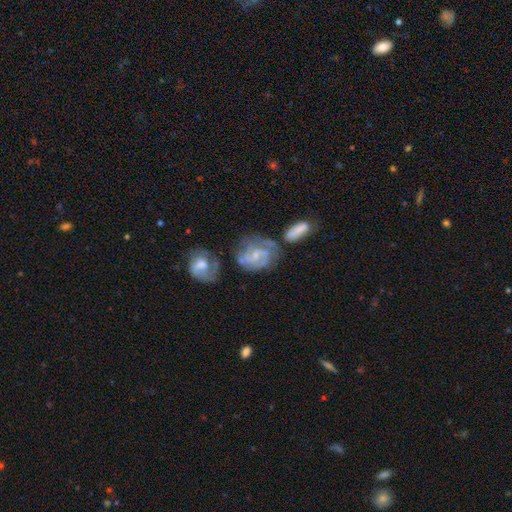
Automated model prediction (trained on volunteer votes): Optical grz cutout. It shows a featured or disk galaxy (79%) with no bar (46%), 2 (51%) tight (44%) spiral arms (92%) and a small central bulge (63%). Merging: none (46%).